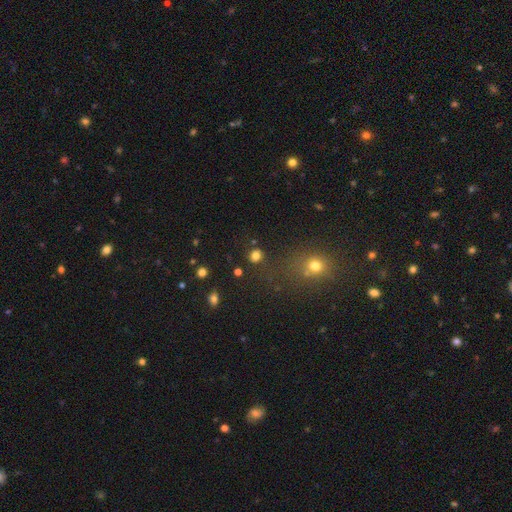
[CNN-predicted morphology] Smooth or featured? Predicted: smooth (p=0.78). How rounded? Predicted: round (p=0.86). Merging? Predicted: none (p=0.82).